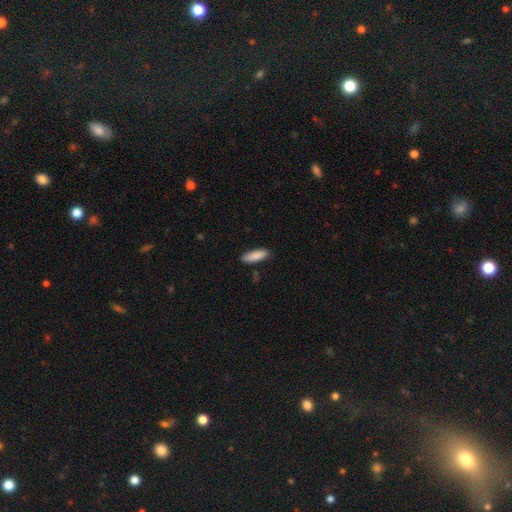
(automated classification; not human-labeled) Smooth or featured: smooth — 88% (featured or disk — 6%)
How rounded: cigar-shaped — 51% (in between — 48%)
Merging: none — 85% (minor disturbance — 11%)